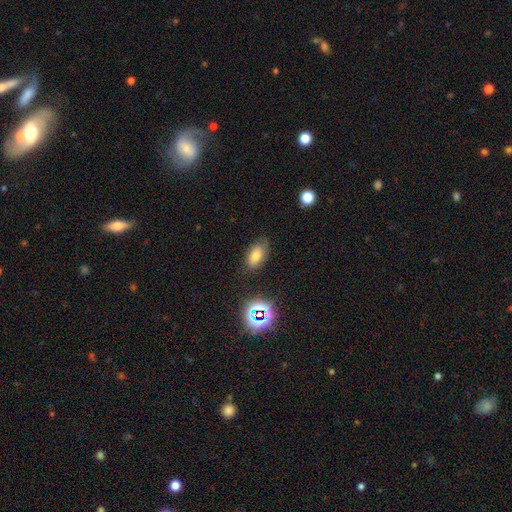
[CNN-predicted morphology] smooth 67%, star or artifact 18%, featured or disk 15%. Down the decision tree: how rounded — in between (88%); merging — none (72%).